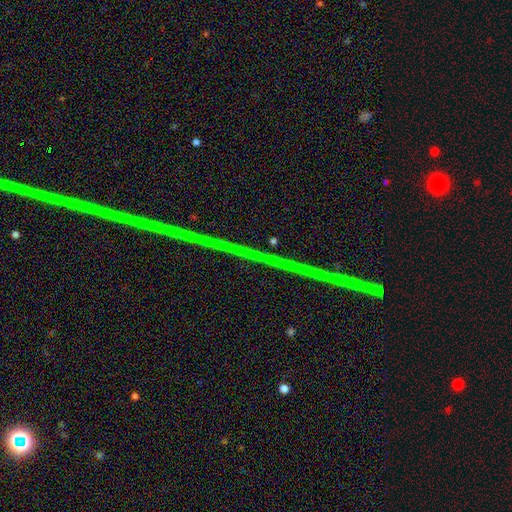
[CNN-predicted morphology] smooth-or-featured: star or artifact: 80% | featured or disk: 13% | smooth: 7%